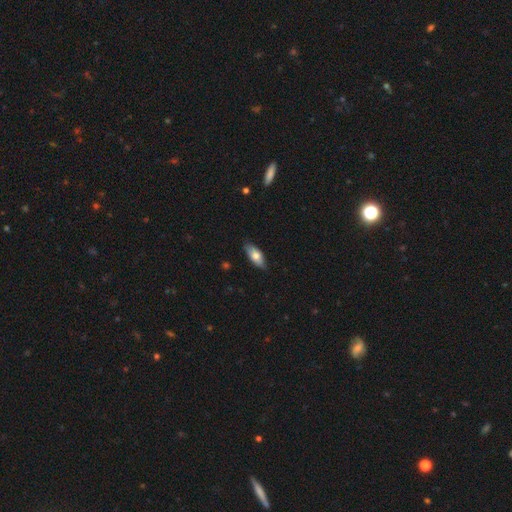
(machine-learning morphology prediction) type=smooth (69%); roundness=in between (82%); merging=none (82%).